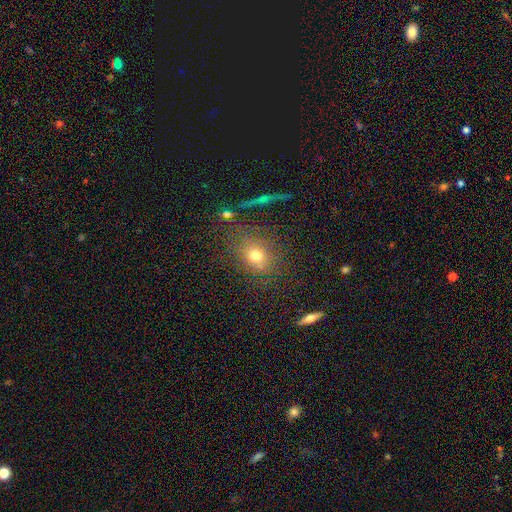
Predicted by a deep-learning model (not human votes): smooth_or_featured: smooth (p=0.67) [alt: star or artifact p=0.20]
how_rounded: round (p=0.62) [alt: in between p=0.36]
merging: none (p=0.76) [alt: minor disturbance p=0.13]